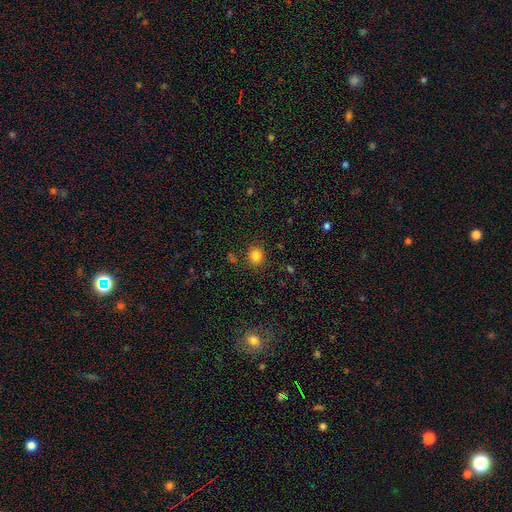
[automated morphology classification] This appears to be a smooth galaxy with no disk features (83%) that is round (80%). Merging: none (85%).